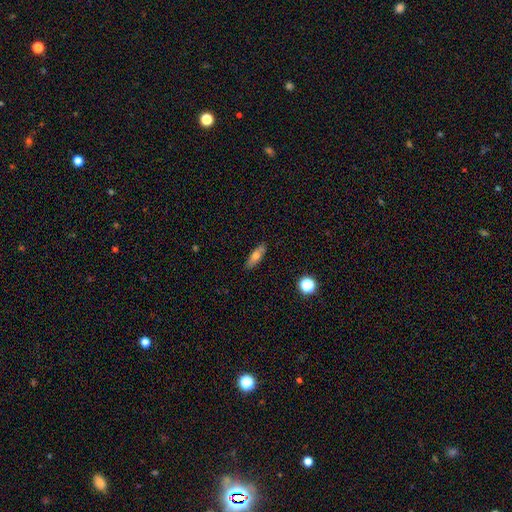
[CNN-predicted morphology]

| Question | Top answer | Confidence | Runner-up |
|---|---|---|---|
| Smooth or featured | smooth | 68% | featured or disk (24%) |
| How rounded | in between | 58% | cigar-shaped (38%) |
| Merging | none | 86% | minor disturbance (11%) |